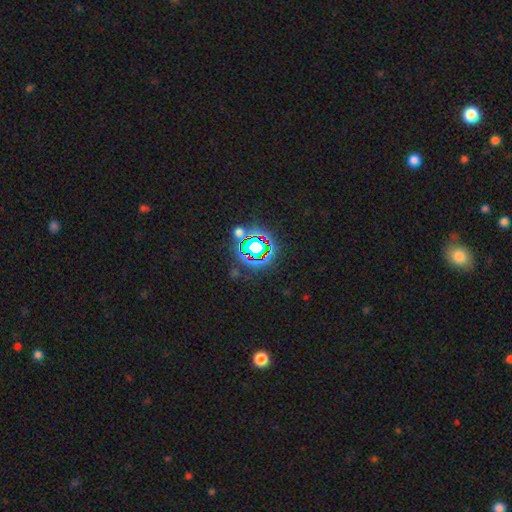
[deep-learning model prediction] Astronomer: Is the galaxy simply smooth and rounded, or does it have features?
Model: star or artifact — 77%.